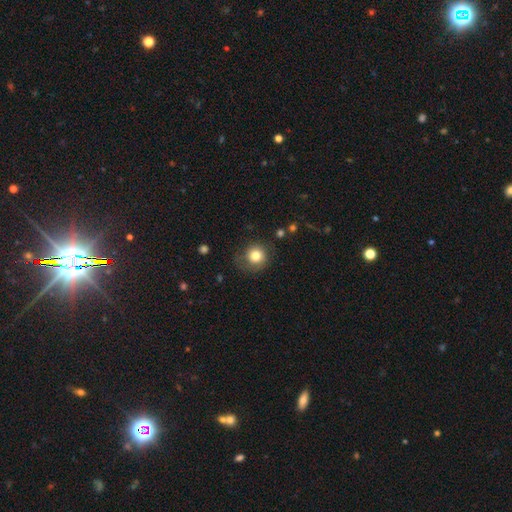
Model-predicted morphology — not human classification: Overall: smooth (80%). How rounded: round (89%). Merging: none (68%).